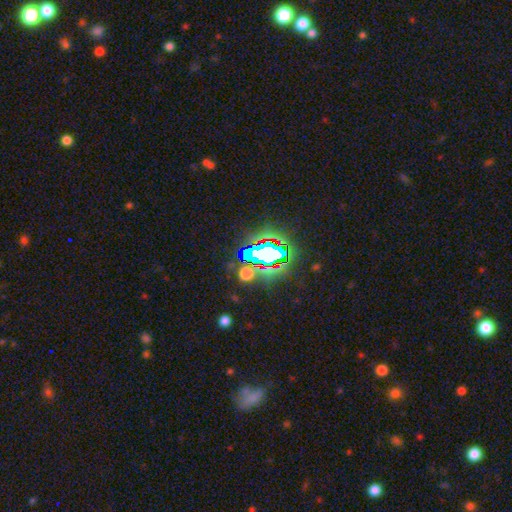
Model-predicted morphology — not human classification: Q: Smooth or featured?
A: star or artifact (71%); runner-up: smooth (17%)